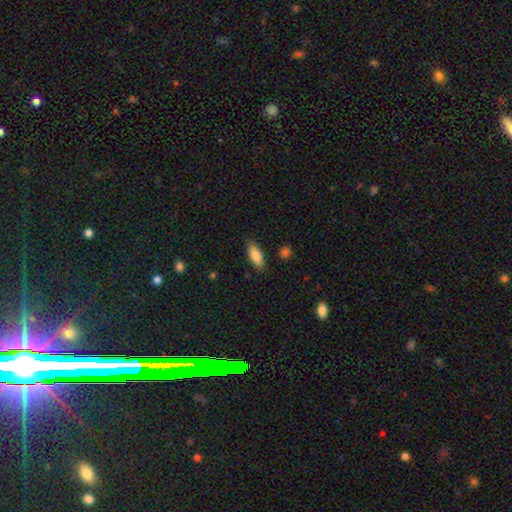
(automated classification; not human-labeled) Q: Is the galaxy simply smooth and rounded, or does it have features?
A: smooth — 84%.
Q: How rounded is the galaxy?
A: in between — 70%.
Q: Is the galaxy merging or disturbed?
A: none — 82%.